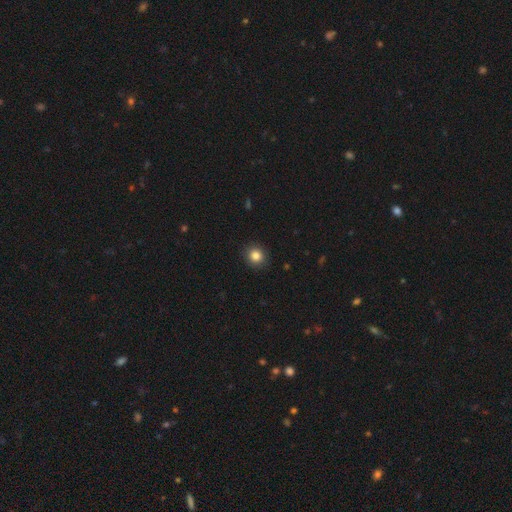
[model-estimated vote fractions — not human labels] A smooth galaxy with no disk features (84%) that is round (89%). Merging: none (91%).